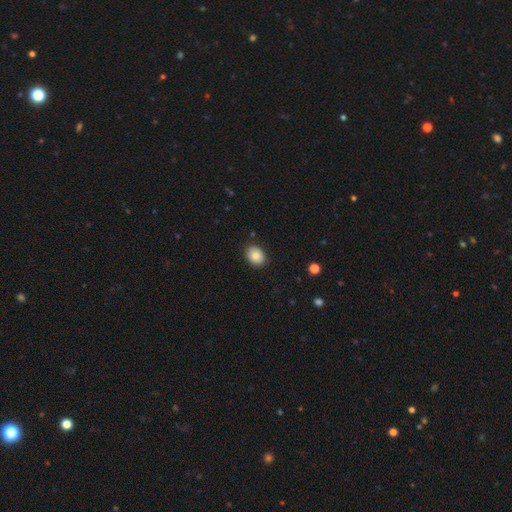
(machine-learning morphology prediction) type=smooth (85%); roundness=in between (64%); merging=none (87%).